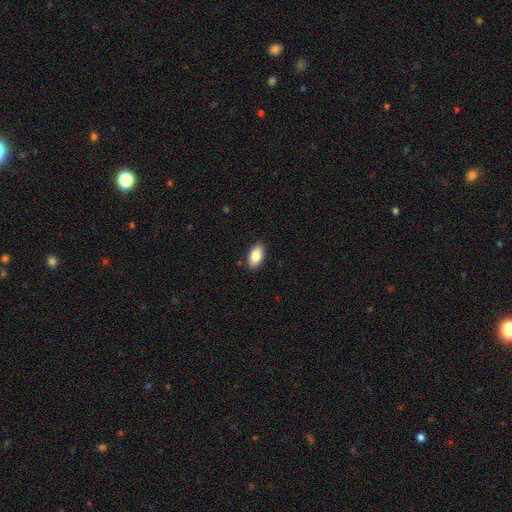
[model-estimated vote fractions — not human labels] The model was most divided on "smooth or featured": smooth: 84%, featured or disk: 9%, star or artifact: 7%. More confident: how rounded — in between (93%); merging — none (88%).